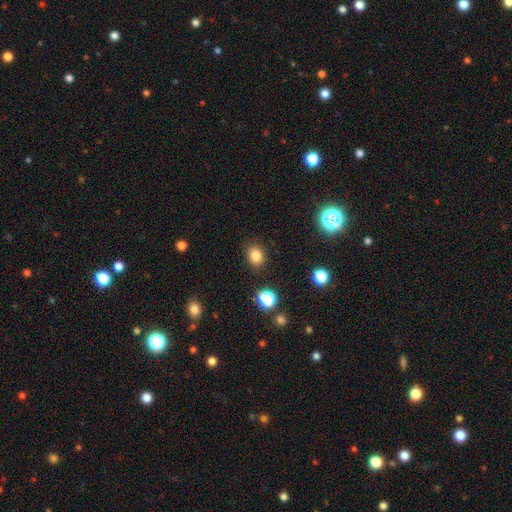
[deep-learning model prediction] A smooth galaxy with no disk features (81%) that is round (57%). Merging: none (87%).